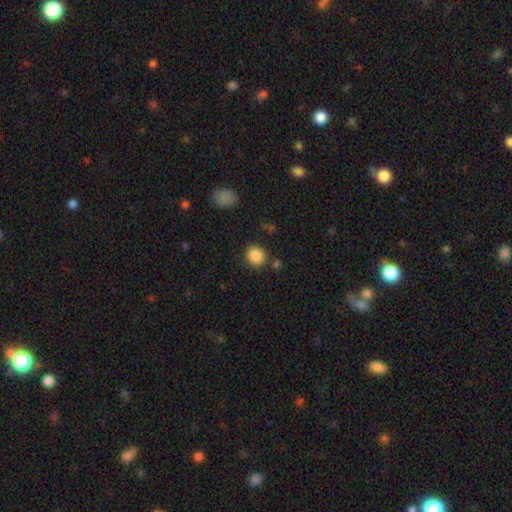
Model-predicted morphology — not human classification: smooth-or-featured: smooth: 86% | star or artifact: 10% | featured or disk: 4%
  how-rounded: round: 86% | in between: 13% | cigar-shaped: 1%
  merging: none: 85% | minor disturbance: 8% | merger: 4% | major disturbance: 3%